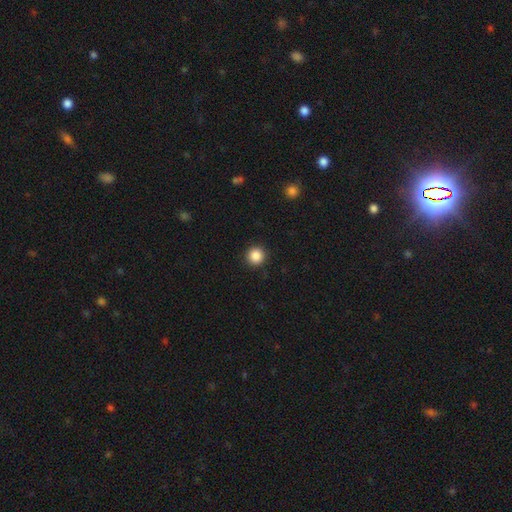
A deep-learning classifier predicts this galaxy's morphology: This is clearly a smooth galaxy (87%). How rounded: clearly round (95%). Merging: clearly none (93%).